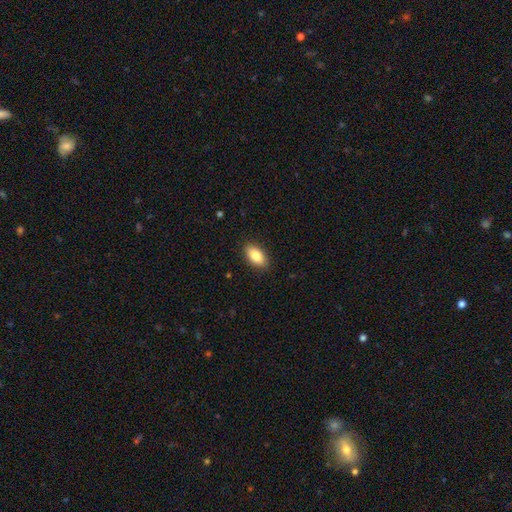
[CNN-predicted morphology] Smooth or featured?
  - smooth: 84% *
  - featured or disk: 9%
  - star or artifact: 7%
How rounded?
  - in between: 91% *
  - cigar-shaped: 5%
  - round: 4%
Merging?
  - none: 89% *
  - minor disturbance: 8%
  - major disturbance: 2%
  - merger: 1%